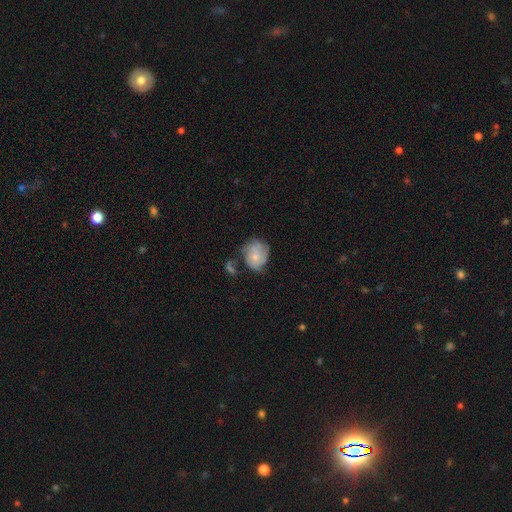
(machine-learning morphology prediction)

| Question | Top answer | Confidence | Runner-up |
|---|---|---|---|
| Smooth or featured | smooth | 50% | featured or disk (43%) |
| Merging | none | 40% | minor disturbance (30%) |